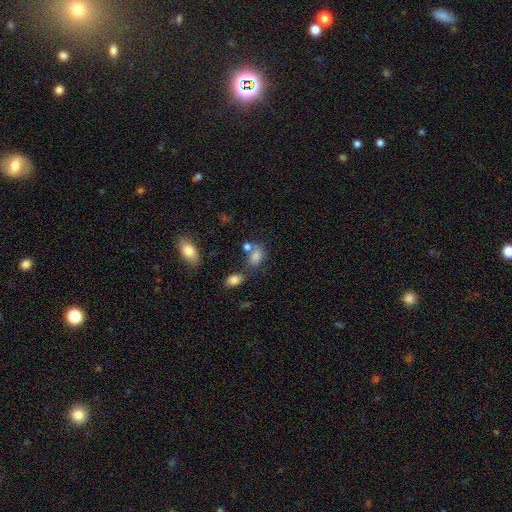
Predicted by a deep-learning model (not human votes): A smooth galaxy with no disk features (80%) that is in between round and cigar-shaped (80%). Merging: none (45%).